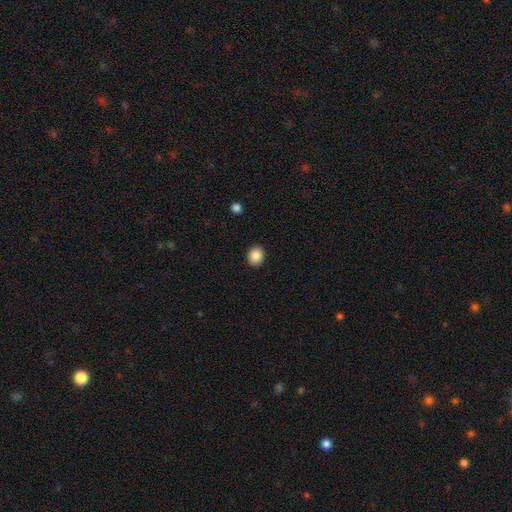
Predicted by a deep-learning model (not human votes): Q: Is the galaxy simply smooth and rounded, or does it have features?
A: smooth — 87%.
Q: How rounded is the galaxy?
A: round — 65%.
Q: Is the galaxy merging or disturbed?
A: none — 91%.